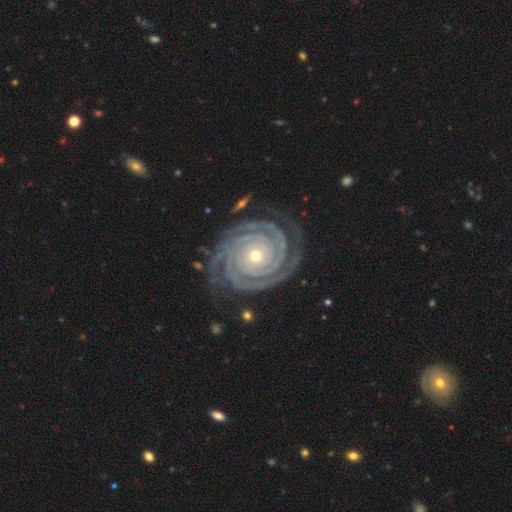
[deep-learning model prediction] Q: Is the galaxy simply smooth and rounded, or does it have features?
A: featured or disk — 94%.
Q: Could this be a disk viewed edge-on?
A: no — 98%.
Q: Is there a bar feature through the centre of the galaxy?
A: no — 78%.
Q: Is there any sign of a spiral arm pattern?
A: yes — 99%.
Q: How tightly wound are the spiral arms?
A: tight — 92%.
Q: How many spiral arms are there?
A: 2 — 40%.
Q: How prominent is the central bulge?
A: small — 62%.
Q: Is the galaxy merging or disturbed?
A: none — 82%.